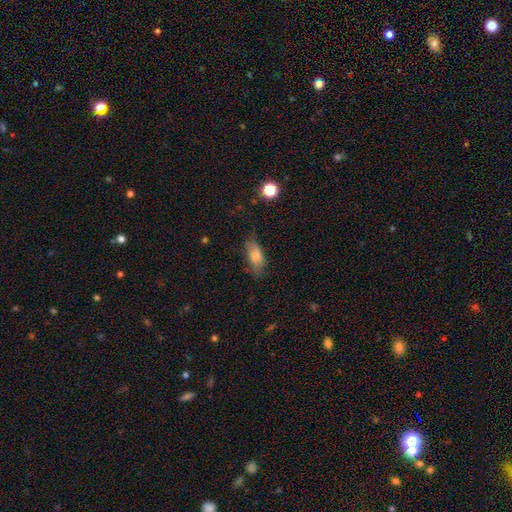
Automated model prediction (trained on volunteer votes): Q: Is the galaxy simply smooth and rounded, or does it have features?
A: smooth — 77%.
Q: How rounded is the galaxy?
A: in between — 82%.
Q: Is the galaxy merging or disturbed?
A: none — 57%.